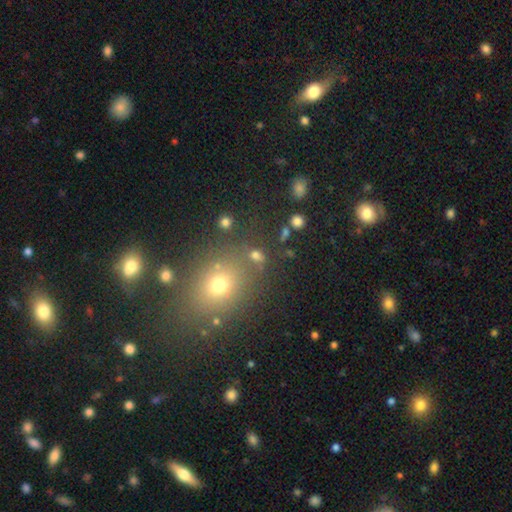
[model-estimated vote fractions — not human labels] The model was most divided on "how rounded": round: 52%, in between: 45%, cigar-shaped: 3%. More confident: merging — none (74%); smooth or featured — smooth (60%).